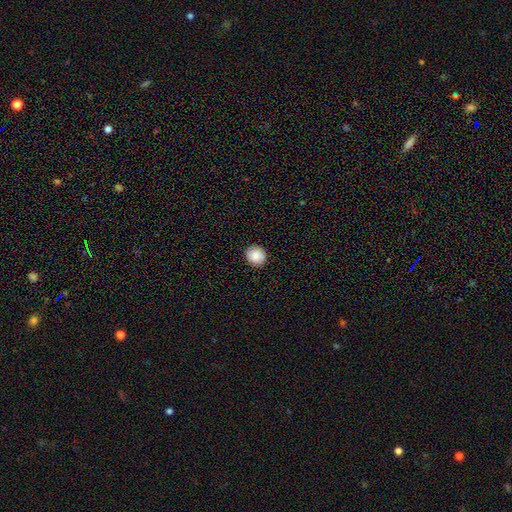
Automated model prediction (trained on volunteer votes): This appears to be a smooth galaxy with no disk features (86%) that is round (85%). Merging: none (89%).